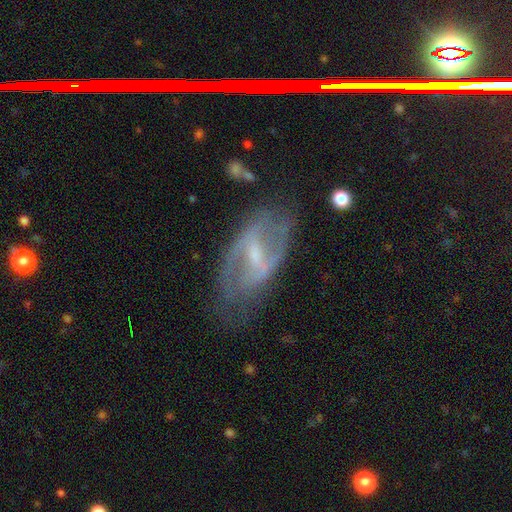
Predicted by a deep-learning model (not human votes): The model was most divided on "bar": strong: 45%, weak: 43%, no: 12%. Remaining: edge-on disk — no (92%); spiral arms — yes (80%); smooth or featured — featured or disk (80%); spiral arm count — 2 (77%); merging — none (67%); bulge size — small (55%); spiral winding — medium (45%).